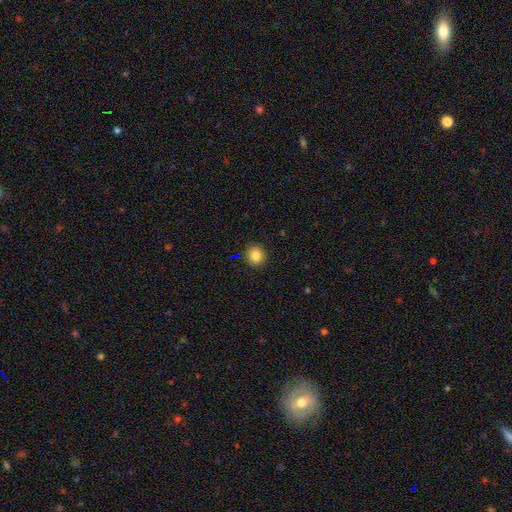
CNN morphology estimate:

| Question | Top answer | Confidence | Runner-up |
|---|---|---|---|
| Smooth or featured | smooth | 83% | star or artifact (11%) |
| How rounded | round | 93% | in between (6%) |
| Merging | none | 92% | minor disturbance (5%) |